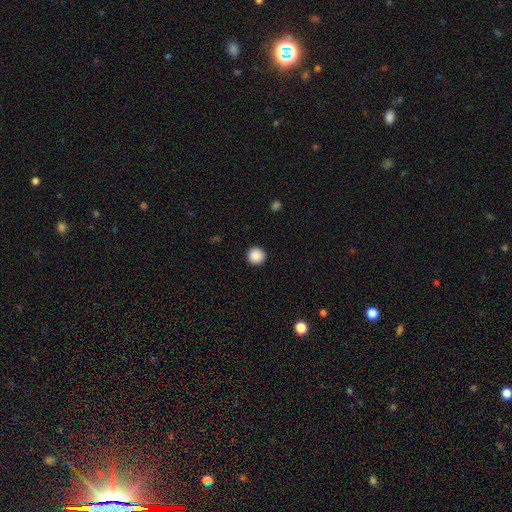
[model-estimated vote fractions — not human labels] The model was most divided on "smooth or featured": smooth: 89%, star or artifact: 9%, featured or disk: 2%. More confident: how rounded — round (95%); merging — none (93%).